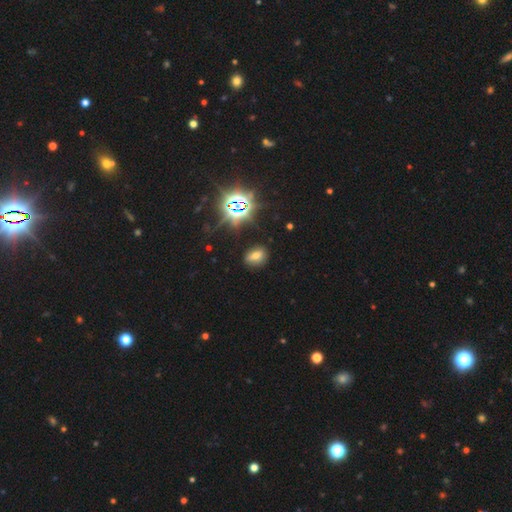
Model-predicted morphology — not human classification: Smooth or featured? smooth (54%)
How rounded? in between (76%)
Merging? none (83%)